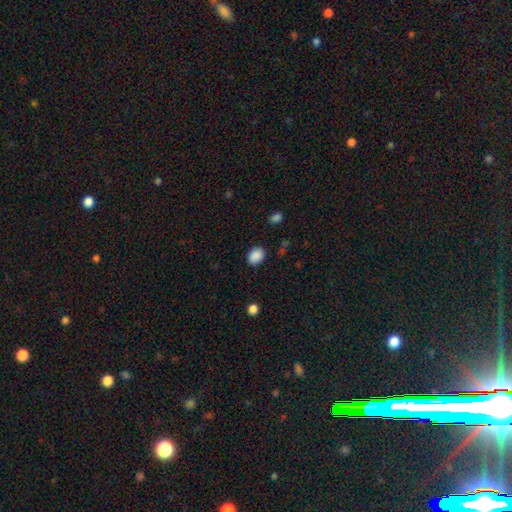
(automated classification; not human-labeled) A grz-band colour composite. It shows a smooth galaxy with no disk features (88%) that is in between round and cigar-shaped (58%). Merging: none (85%).